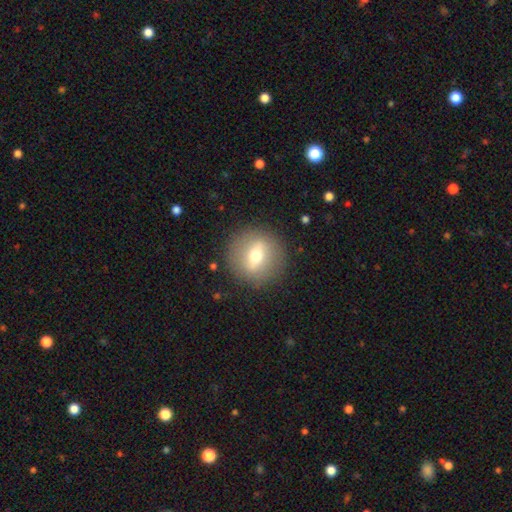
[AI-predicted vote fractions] Smooth or featured?
  - smooth: 50% *
  - featured or disk: 42%
  - star or artifact: 9%
Merging?
  - none: 87% *
  - minor disturbance: 8%
  - major disturbance: 3%
  - merger: 1%